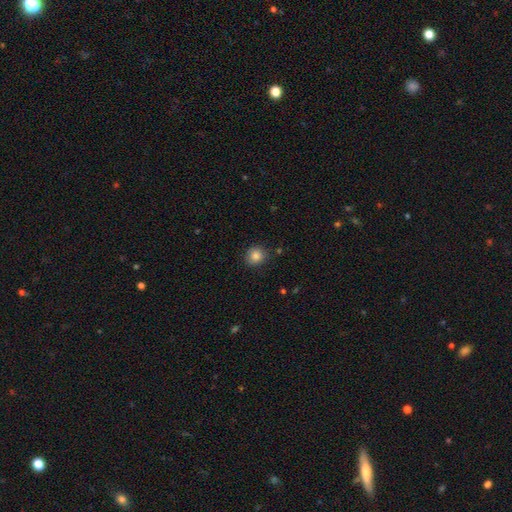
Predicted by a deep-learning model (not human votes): Morphology: type=smooth (85%); roundness=round (86%); merging=none (87%).